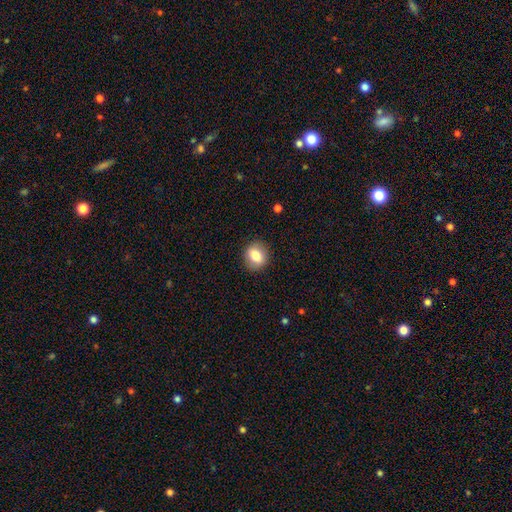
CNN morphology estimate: Q: Smooth or featured?
A: smooth (76%); runner-up: featured or disk (15%)
Q: How rounded?
A: round (65%); runner-up: in between (34%)
Q: Merging?
A: none (87%); runner-up: minor disturbance (9%)